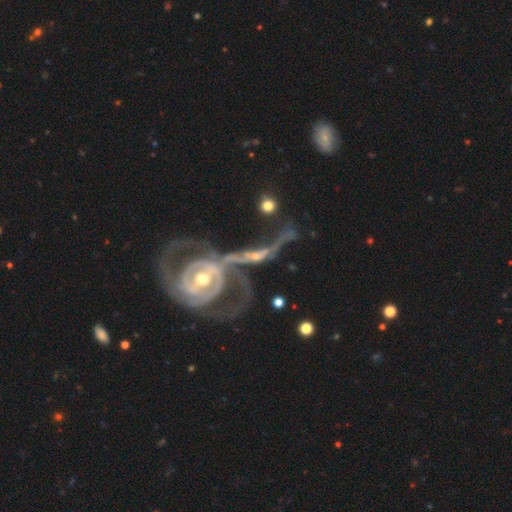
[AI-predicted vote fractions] Smooth or featured? Predicted: featured or disk (p=0.83). Edge-on disk? Predicted: no (p=0.83). Bar? Predicted: no (p=0.40). Spiral arms? Predicted: yes (p=0.80). Spiral winding? Predicted: loose (p=0.55). Spiral arm count? Predicted: 2 (p=0.72). Bulge size? Predicted: moderate (p=0.53). Merging? Predicted: merger (p=0.49).